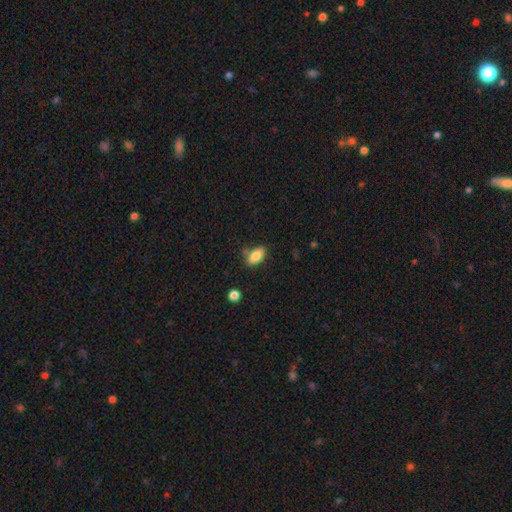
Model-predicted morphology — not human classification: A smooth galaxy with no disk features (85%) that is in between round and cigar-shaped (91%).

Vote fractions:
- Smooth or featured? smooth: 85% / star or artifact: 8% / featured or disk: 7%
- How rounded? in between: 91% / round: 5% / cigar-shaped: 4%
- Merging? none: 70% / minor disturbance: 19% / merger: 6% / major disturbance: 5%